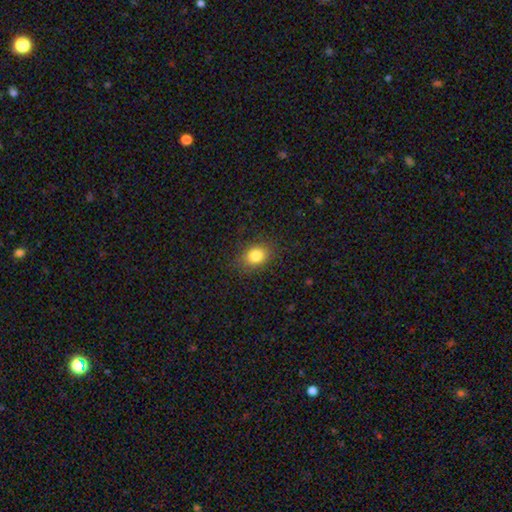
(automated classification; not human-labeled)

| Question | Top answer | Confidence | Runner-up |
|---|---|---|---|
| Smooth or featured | smooth | 83% | star or artifact (11%) |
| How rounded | in between | 53% | round (46%) |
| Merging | none | 86% | minor disturbance (10%) |